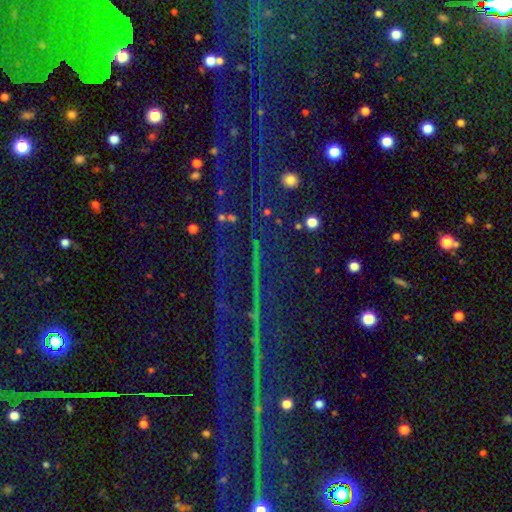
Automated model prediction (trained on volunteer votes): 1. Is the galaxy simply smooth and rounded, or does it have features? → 80% star or artifact, 10% featured or disk, 10% smooth.